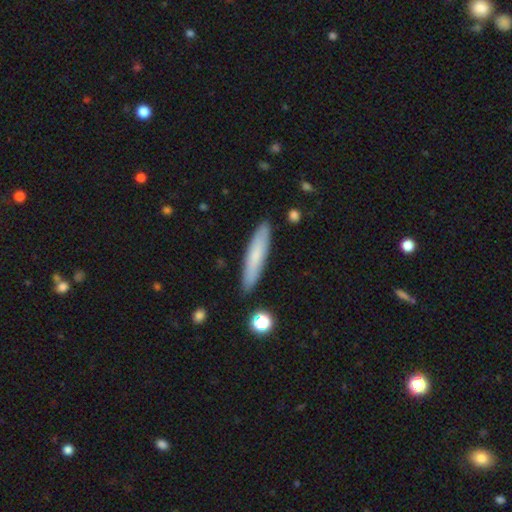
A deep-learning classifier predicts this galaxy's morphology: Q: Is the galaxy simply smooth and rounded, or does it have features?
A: smooth — 72%.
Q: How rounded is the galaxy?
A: cigar-shaped — 88%.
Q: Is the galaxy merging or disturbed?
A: none — 89%.